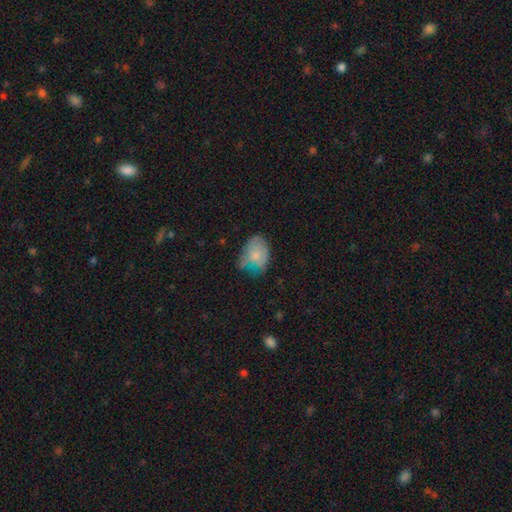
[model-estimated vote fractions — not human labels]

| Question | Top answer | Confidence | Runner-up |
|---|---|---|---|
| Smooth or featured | smooth | 72% | featured or disk (20%) |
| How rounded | in between | 77% | round (22%) |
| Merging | none | 45% | minor disturbance (39%) |